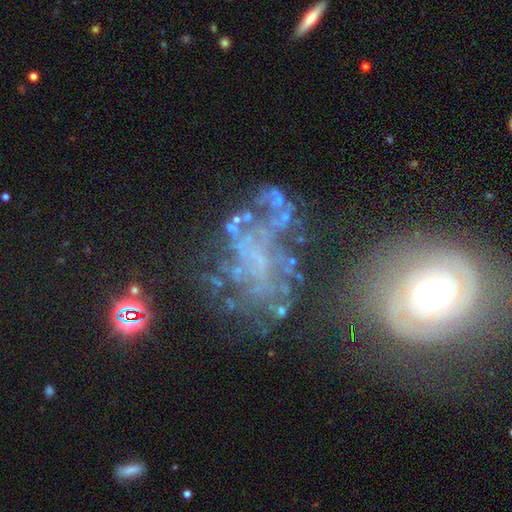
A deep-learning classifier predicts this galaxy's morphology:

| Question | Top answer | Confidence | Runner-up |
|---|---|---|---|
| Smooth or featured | featured or disk | 63% | star or artifact (21%) |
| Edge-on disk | no | 96% | yes (4%) |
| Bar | no | 77% | weak (15%) |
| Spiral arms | no | 59% | yes (41%) |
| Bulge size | none | 69% | small (14%) |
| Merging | none | 36% | major disturbance (32%) |